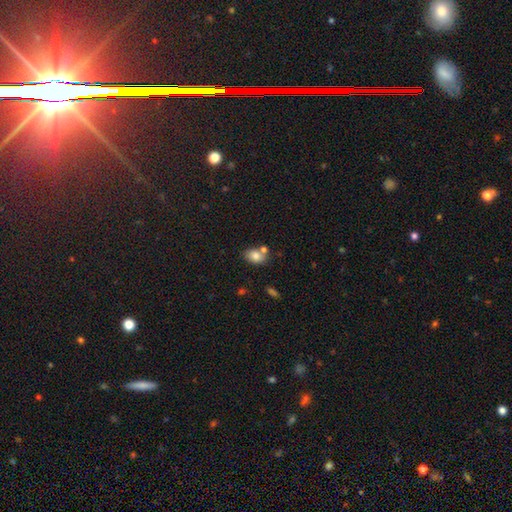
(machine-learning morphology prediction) A smooth galaxy with no disk features (79%) that is in between round and cigar-shaped (77%).

Vote fractions:
- Smooth or featured? smooth: 79% / featured or disk: 12% / star or artifact: 9%
- How rounded? in between: 77% / round: 22% / cigar-shaped: 1%
- Merging? none: 56% / merger: 24% / minor disturbance: 15% / major disturbance: 4%